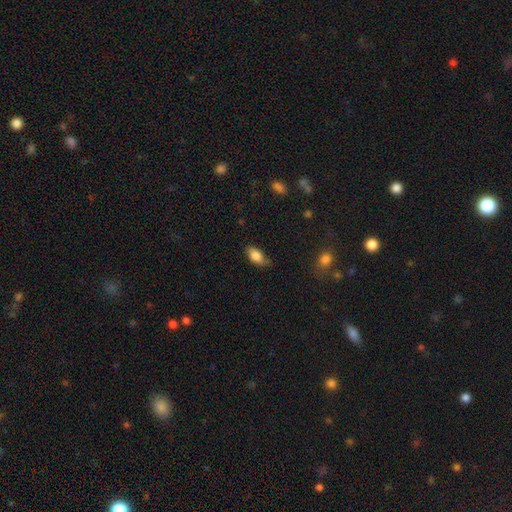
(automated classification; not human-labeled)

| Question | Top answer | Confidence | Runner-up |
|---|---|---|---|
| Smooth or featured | smooth | 82% | featured or disk (11%) |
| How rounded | in between | 89% | cigar-shaped (7%) |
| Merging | none | 65% | minor disturbance (28%) |